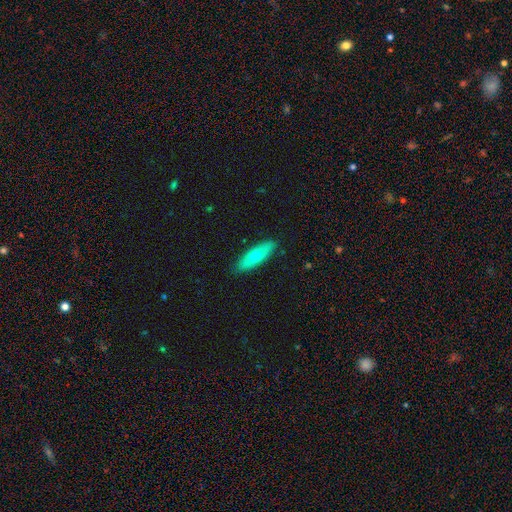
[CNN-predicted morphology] type=smooth (67%); roundness=cigar-shaped (53%); merging=none (87%).